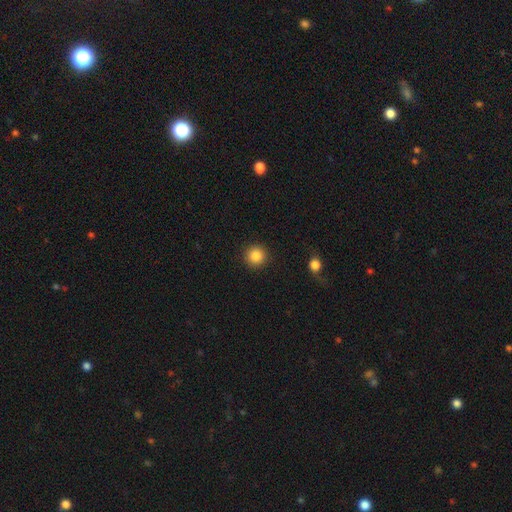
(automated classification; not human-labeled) The model was most divided on "smooth or featured": smooth: 86%, star or artifact: 10%, featured or disk: 4%. More confident: how rounded — round (94%); merging — none (91%).